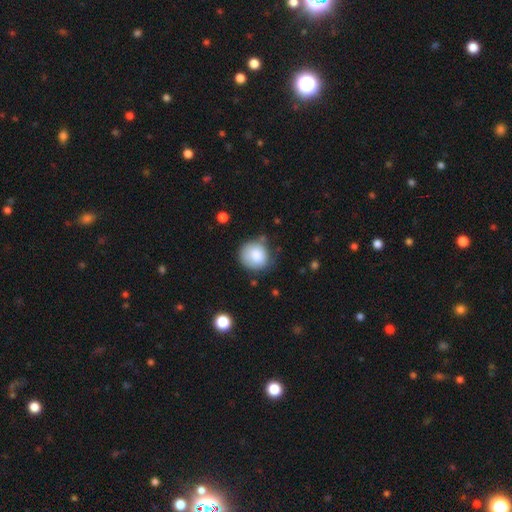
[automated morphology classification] The model was most divided on "merging": none: 66%, minor disturbance: 22%, major disturbance: 8%, merger: 4%. More confident: how rounded — round (84%); smooth or featured — smooth (81%).